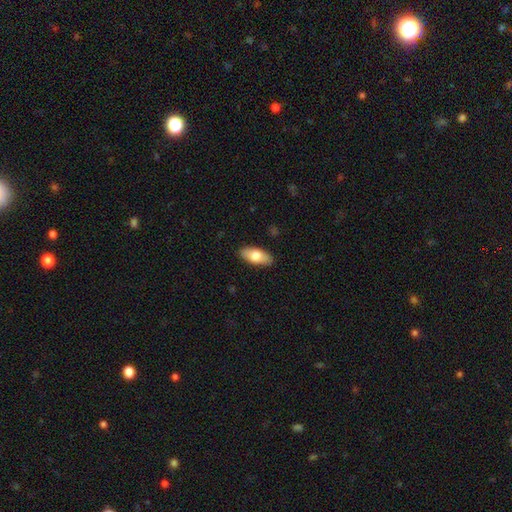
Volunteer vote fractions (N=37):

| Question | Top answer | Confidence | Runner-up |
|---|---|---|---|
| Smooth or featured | smooth | 78% | featured or disk (16%) |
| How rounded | in between | 86% | round (7%) |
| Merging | none | 89% | minor disturbance (11%) |